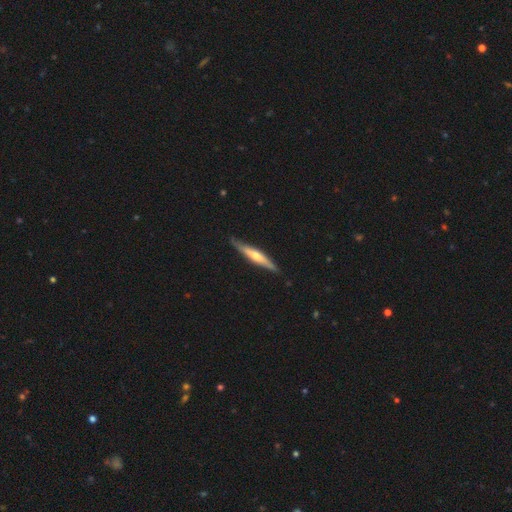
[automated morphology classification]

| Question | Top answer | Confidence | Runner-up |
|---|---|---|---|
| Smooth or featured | featured or disk | 63% | smooth (32%) |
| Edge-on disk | yes | 95% | no (5%) |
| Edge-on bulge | rounded | 77% | none (14%) |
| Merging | none | 86% | minor disturbance (11%) |